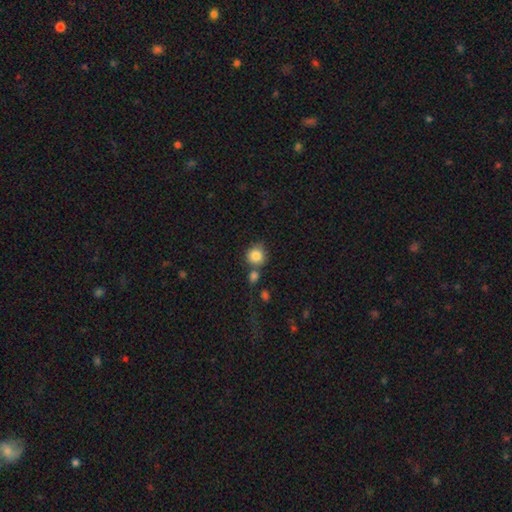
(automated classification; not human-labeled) A smooth galaxy with no disk features (84%) that is round (88%).

Vote fractions:
- Smooth or featured? smooth: 84% / star or artifact: 10% / featured or disk: 6%
- How rounded? round: 88% / in between: 11% / cigar-shaped: 1%
- Merging? none: 65% / merger: 20% / minor disturbance: 12% / major disturbance: 4%